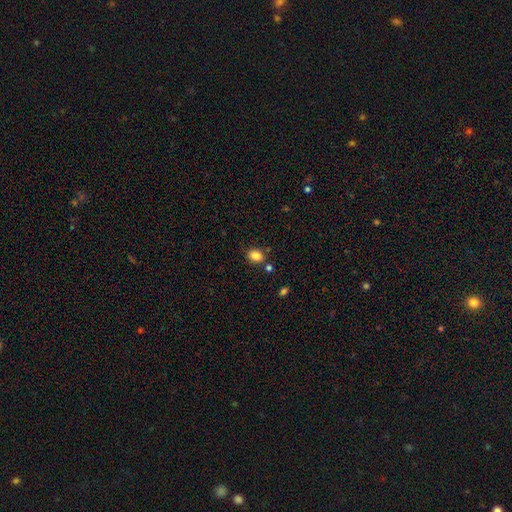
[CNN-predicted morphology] This is clearly a smooth galaxy (85%). How rounded: likely in between (65%). Merging: likely none (76%).